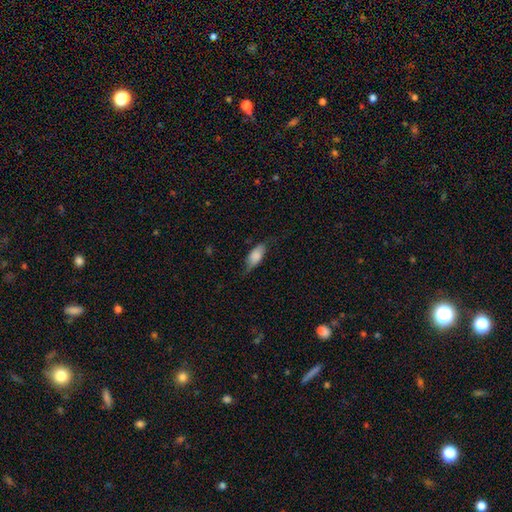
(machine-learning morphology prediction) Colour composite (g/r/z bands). It shows a smooth galaxy with no disk features (72%) that is in between round and cigar-shaped (83%). Merging: none (61%).